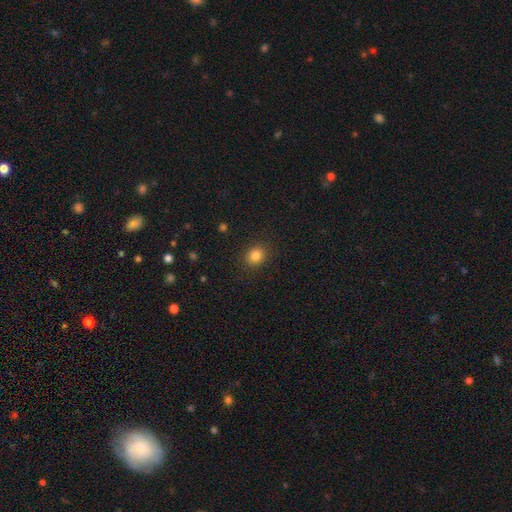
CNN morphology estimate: smooth-or-featured: smooth: 83% | star or artifact: 12% | featured or disk: 5%
  how-rounded: round: 71% | in between: 28% | cigar-shaped: 1%
  merging: none: 89% | minor disturbance: 8% | major disturbance: 3% | merger: 1%